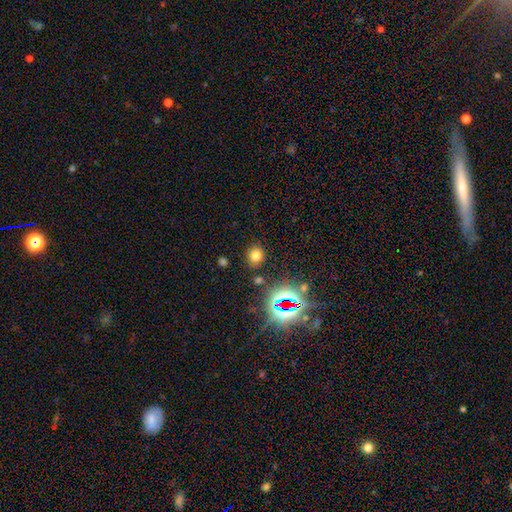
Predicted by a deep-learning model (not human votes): Smooth or featured?
  - smooth: 71% *
  - star or artifact: 22%
  - featured or disk: 7%
How rounded?
  - round: 78% *
  - in between: 21%
  - cigar-shaped: 1%
Merging?
  - none: 85% *
  - minor disturbance: 8%
  - merger: 4%
  - major disturbance: 3%